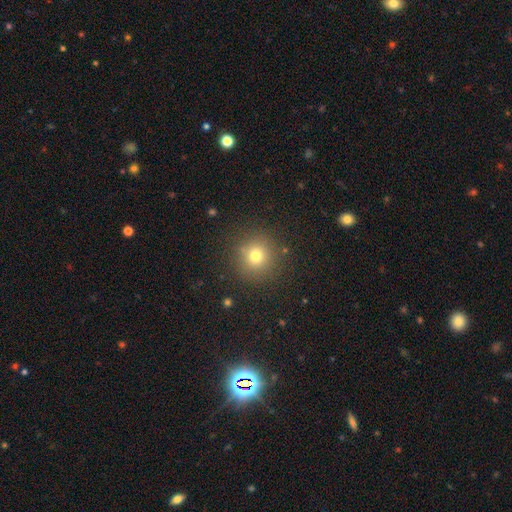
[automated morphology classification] type=smooth (73%); roundness=round (93%); merging=none (87%).